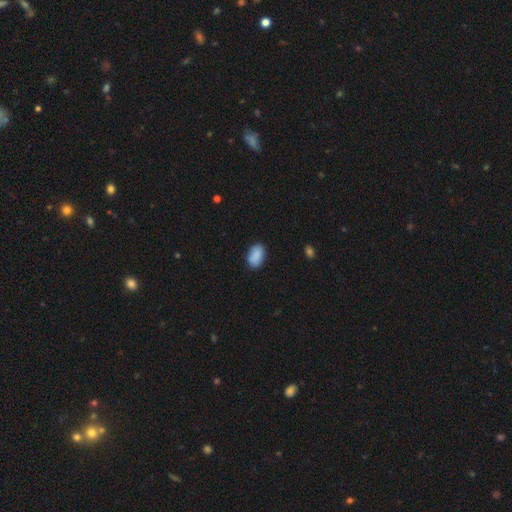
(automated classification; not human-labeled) Overall: smooth (88%). How rounded: in between (91%). Merging: none (81%).